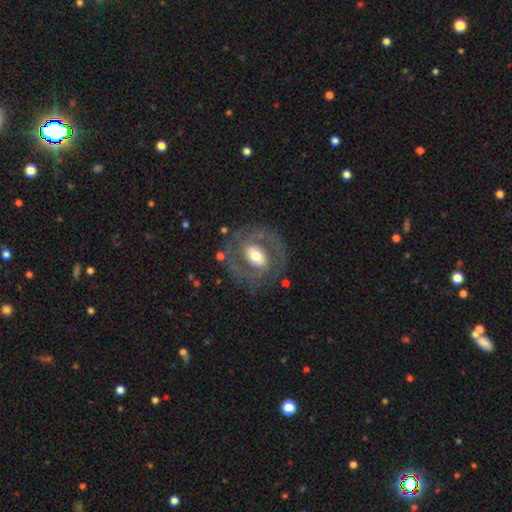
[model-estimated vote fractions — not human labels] Morphology: type=featured or disk (74%); edge-on=no (96%); bar=no (39%); spiral arms=yes (71%); winding=tight (45%); arm count=2 (73%); bulge=moderate (59%); merging=none (76%).